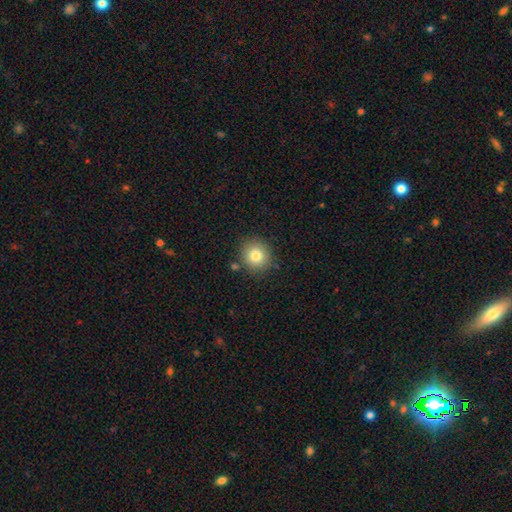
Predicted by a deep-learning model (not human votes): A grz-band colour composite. It shows a smooth galaxy with no disk features (80%) that is round (90%). Merging: none (84%).